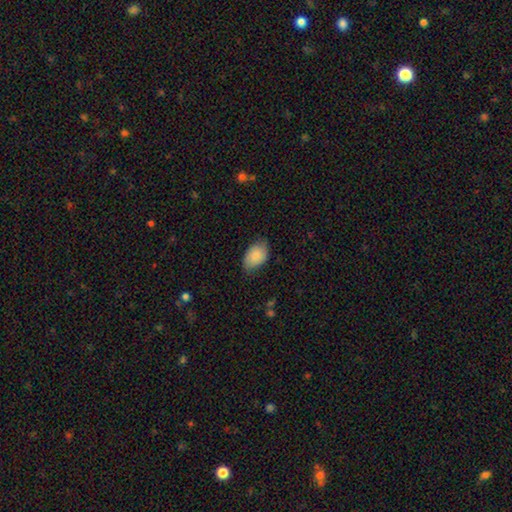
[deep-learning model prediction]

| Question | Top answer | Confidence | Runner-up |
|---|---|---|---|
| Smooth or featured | smooth | 86% | featured or disk (8%) |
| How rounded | in between | 90% | round (9%) |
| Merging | none | 69% | minor disturbance (25%) |